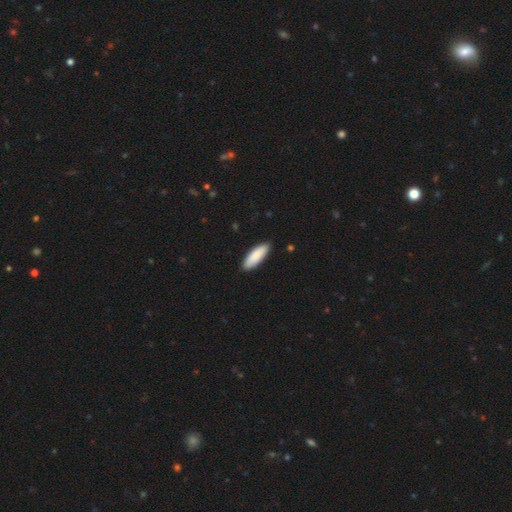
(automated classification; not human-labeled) Morphology: type=smooth (88%); roundness=in between (60%); merging=none (88%).